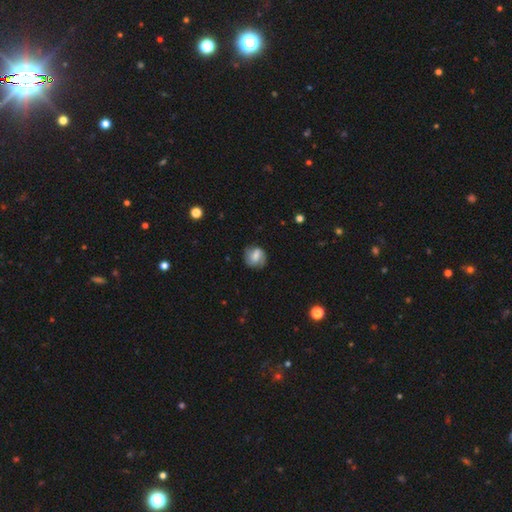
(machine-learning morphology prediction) This is possibly a smooth galaxy (48%). Merging: likely none (71%).